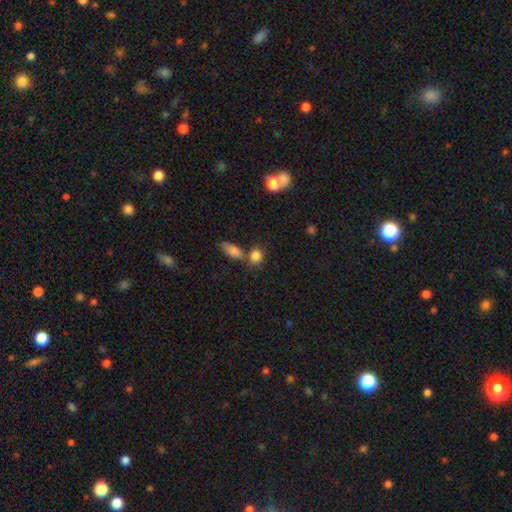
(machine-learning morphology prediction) smooth-or-featured: smooth: 84% | star or artifact: 10% | featured or disk: 6%
  how-rounded: round: 57% | in between: 40% | cigar-shaped: 3%
  merging: none: 54% | merger: 31% | minor disturbance: 11% | major disturbance: 4%